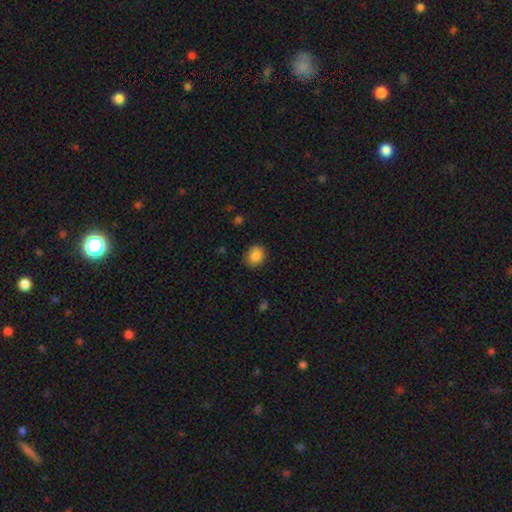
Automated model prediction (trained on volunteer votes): This is clearly a smooth galaxy (87%). How rounded: likely round (67%). Merging: clearly none (87%).